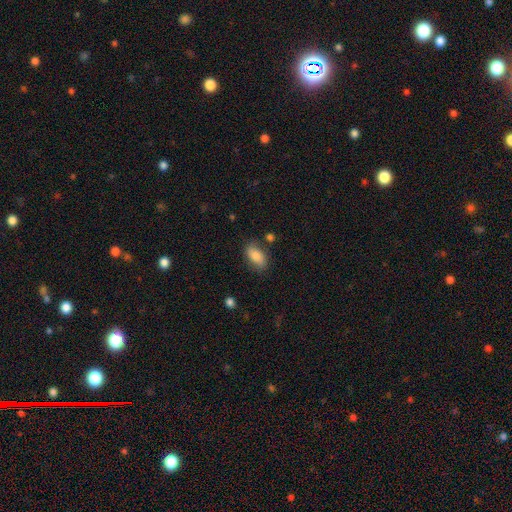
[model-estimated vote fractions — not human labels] A smooth galaxy with no disk features (79%) that is in between round and cigar-shaped (90%).

Vote fractions:
- Smooth or featured? smooth: 79% / featured or disk: 14% / star or artifact: 7%
- How rounded? in between: 90% / round: 6% / cigar-shaped: 4%
- Merging? none: 72% / minor disturbance: 19% / major disturbance: 5% / merger: 4%